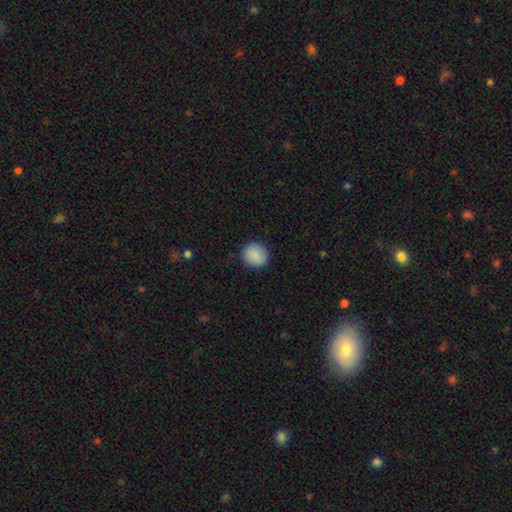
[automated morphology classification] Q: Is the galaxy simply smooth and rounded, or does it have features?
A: smooth — 89%.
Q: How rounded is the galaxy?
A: round — 88%.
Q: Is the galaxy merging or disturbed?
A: none — 89%.